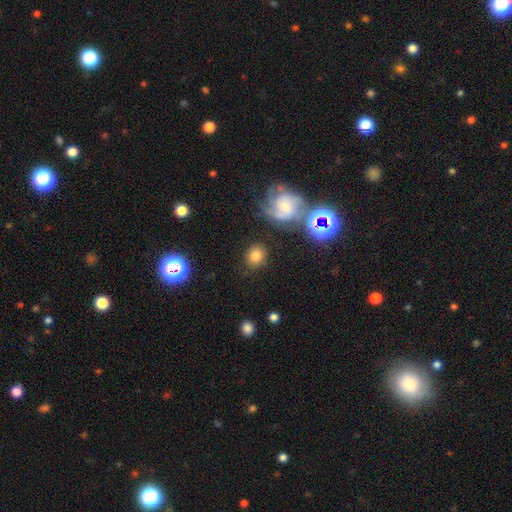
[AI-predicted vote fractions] Overall: smooth (73%). How rounded: round (77%). Merging: none (80%).